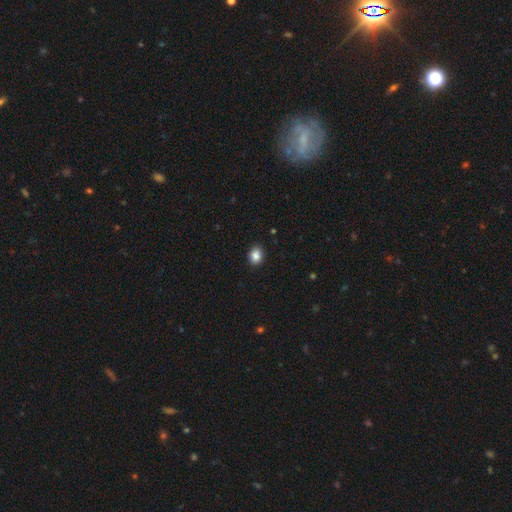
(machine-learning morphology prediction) The model was most divided on "how rounded": round: 52%, in between: 48%, cigar-shaped: 1%. More confident: merging — none (90%); smooth or featured — smooth (86%).